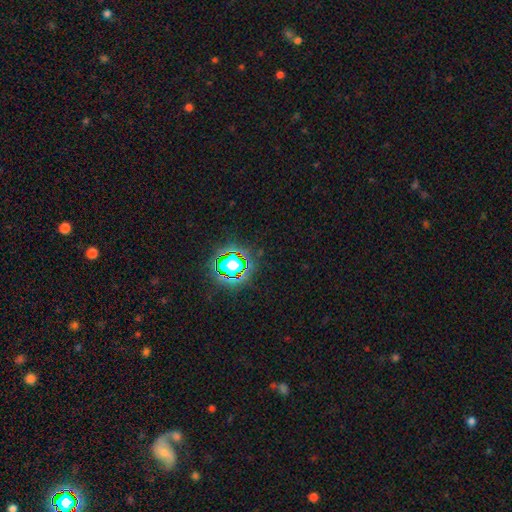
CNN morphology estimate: star or artifact 80%, smooth 13%, featured or disk 7%.